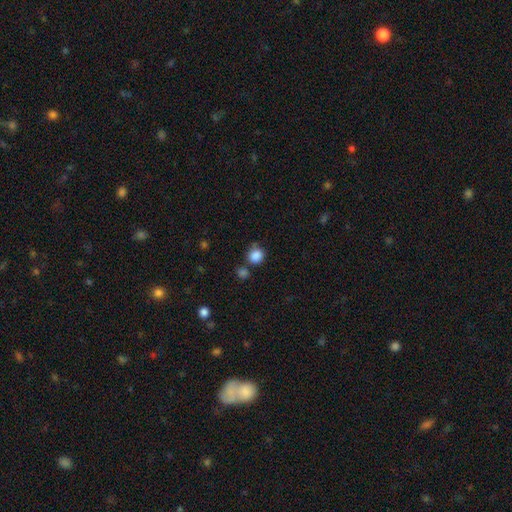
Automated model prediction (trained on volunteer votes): Q: Smooth or featured?
A: smooth (86%); runner-up: star or artifact (10%)
Q: How rounded?
A: round (77%); runner-up: in between (22%)
Q: Merging?
A: none (67%); runner-up: minor disturbance (14%)